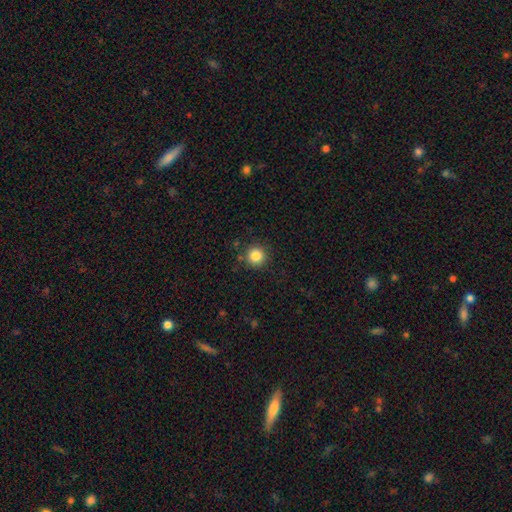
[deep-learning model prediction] Smooth or featured: smooth — 85% (star or artifact — 11%)
How rounded: round — 95% (in between — 4%)
Merging: none — 87% (minor disturbance — 8%)